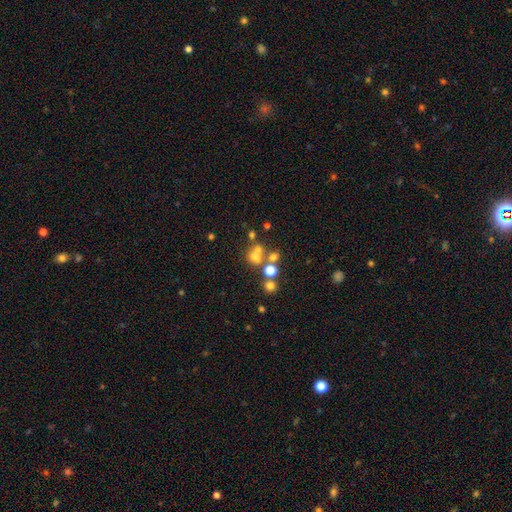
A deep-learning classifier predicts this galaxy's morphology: The model was most divided on "merging": merger: 43%, none: 41%, minor disturbance: 9%, major disturbance: 8%. More confident: how rounded — round (75%); smooth or featured — smooth (52%).